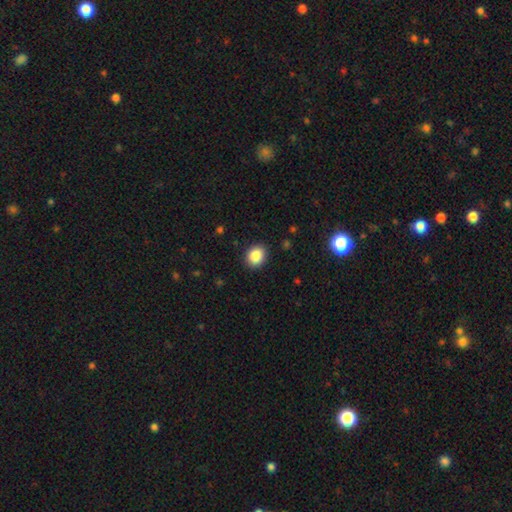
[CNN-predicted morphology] type=smooth (86%); roundness=round (59%); merging=none (90%).